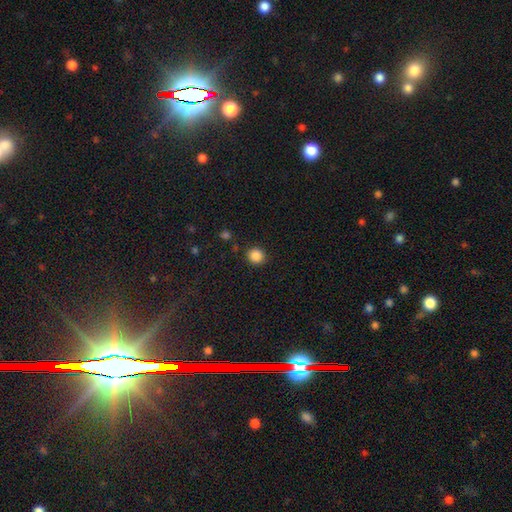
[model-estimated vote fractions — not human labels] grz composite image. It shows a smooth galaxy with no disk features (87%) that is round (91%). Merging: none (89%).